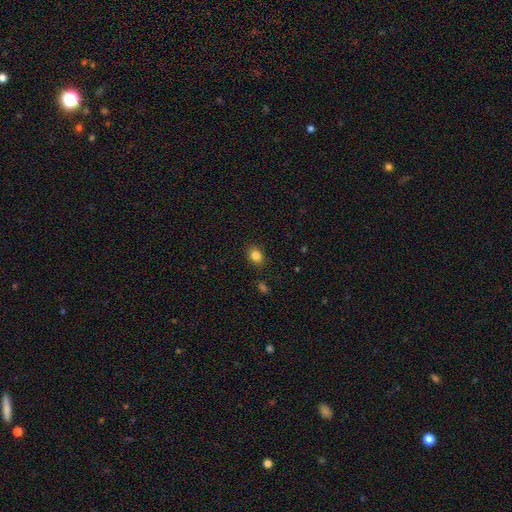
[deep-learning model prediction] The model was most divided on "how rounded": in between: 54%, round: 45%, cigar-shaped: 1%. More confident: merging — none (86%); smooth or featured — smooth (84%).